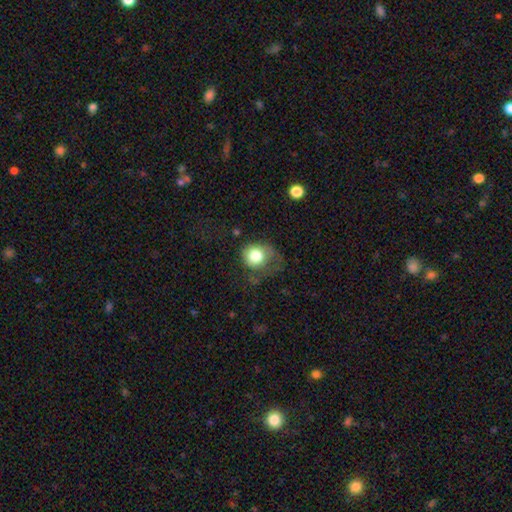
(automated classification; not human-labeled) Smooth or featured?
  - smooth: 79% *
  - featured or disk: 13%
  - star or artifact: 9%
How rounded?
  - round: 76% *
  - in between: 23%
  - cigar-shaped: 1%
Merging?
  - none: 35% *
  - major disturbance: 33%
  - minor disturbance: 29%
  - merger: 3%